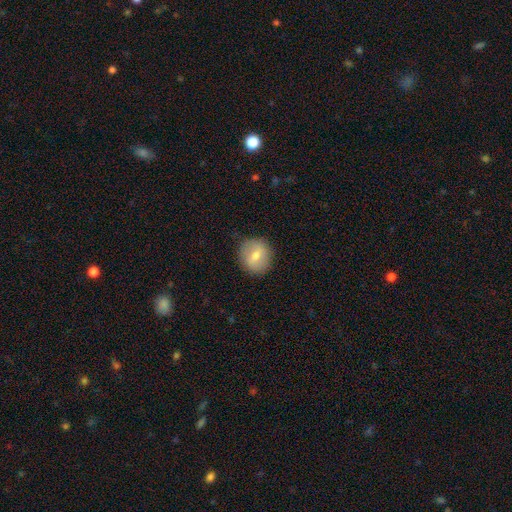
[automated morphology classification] This appears to be a smooth galaxy with no disk features (59%) that is round (81%). Merging: none (84%).